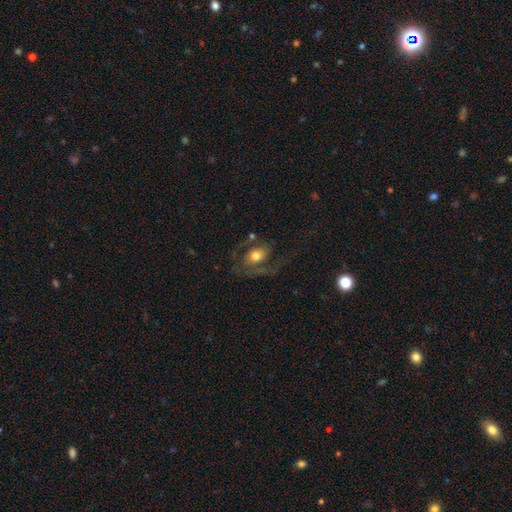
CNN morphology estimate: smooth-or-featured: featured or disk: 67% | smooth: 25% | star or artifact: 8%
  disk-edge-on: no: 96% | yes: 4%
    bar: no: 61% | weak: 28% | strong: 12%
    has-spiral-arms: yes: 84% | no: 16%
      spiral-winding: medium: 47% | loose: 39% | tight: 15%
      spiral-arm-count: 2: 80% | 1: 11% | can't tell: 5% | 3: 2% | 4: 1% | more than 4: 1%
    bulge-size: moderate: 65% | large: 17% | small: 14% | dominant: 2% | none: 2%
  merging: none: 53% | major disturbance: 26% | minor disturbance: 17% | merger: 3%